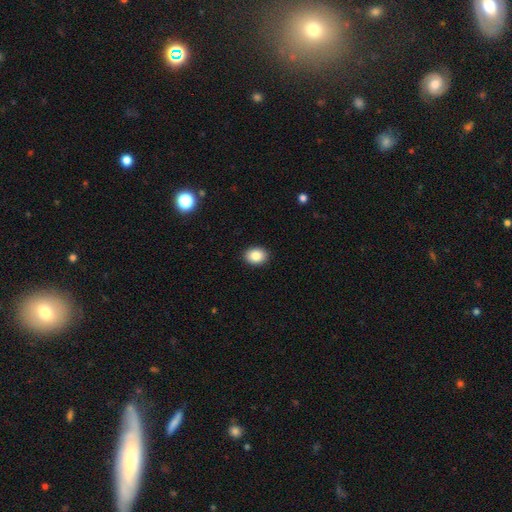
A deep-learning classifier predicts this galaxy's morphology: smooth_or_featured: smooth (p=0.86) [alt: star or artifact p=0.08]
how_rounded: in between (p=0.64) [alt: round p=0.35]
merging: none (p=0.91) [alt: minor disturbance p=0.07]